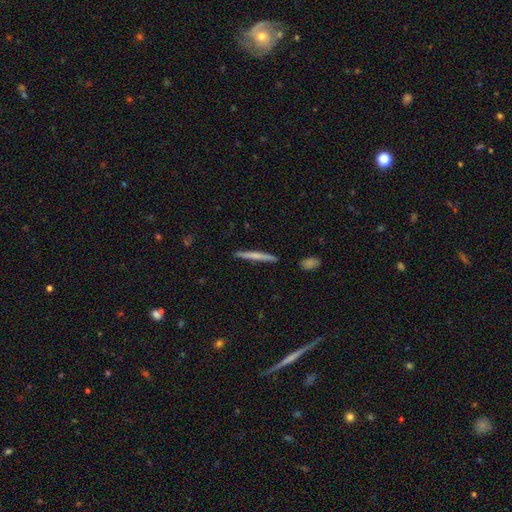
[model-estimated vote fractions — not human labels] Q: Smooth or featured?
A: smooth (53%); runner-up: featured or disk (41%)
Q: How rounded?
A: cigar-shaped (96%); runner-up: in between (3%)
Q: Merging?
A: none (91%); runner-up: minor disturbance (7%)